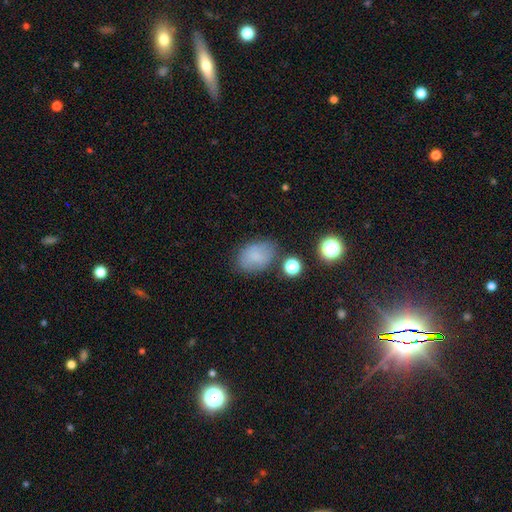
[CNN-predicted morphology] Overall: smooth (77%). How rounded: in between (80%). Merging: none (71%).